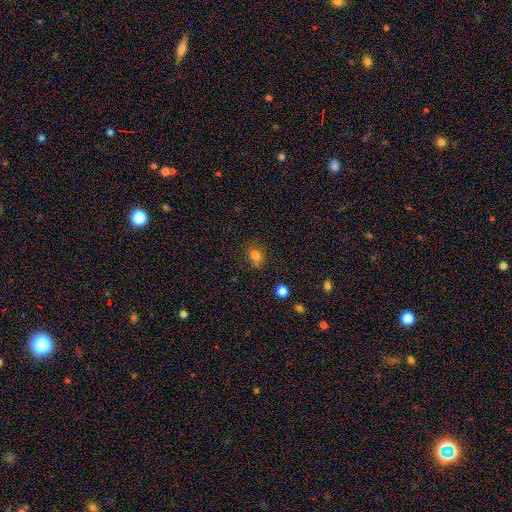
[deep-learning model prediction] Morphology: type=smooth (79%); roundness=round (55%); merging=none (76%).